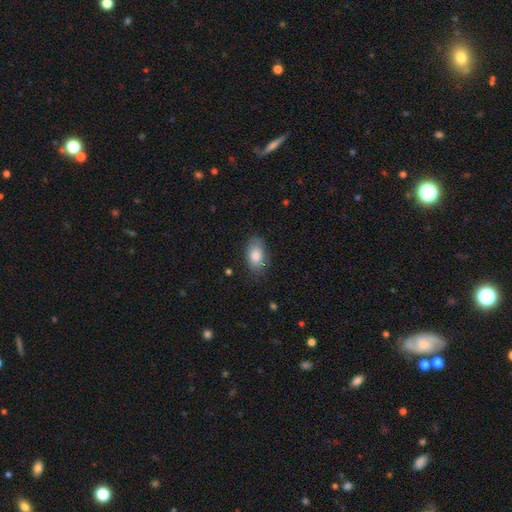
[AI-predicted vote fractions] A smooth galaxy with no disk features (83%) that is in between round and cigar-shaped (91%).

Vote fractions:
- Smooth or featured? smooth: 83% / featured or disk: 11% / star or artifact: 7%
- How rounded? in between: 91% / round: 7% / cigar-shaped: 2%
- Merging? none: 79% / minor disturbance: 16% / major disturbance: 4% / merger: 1%